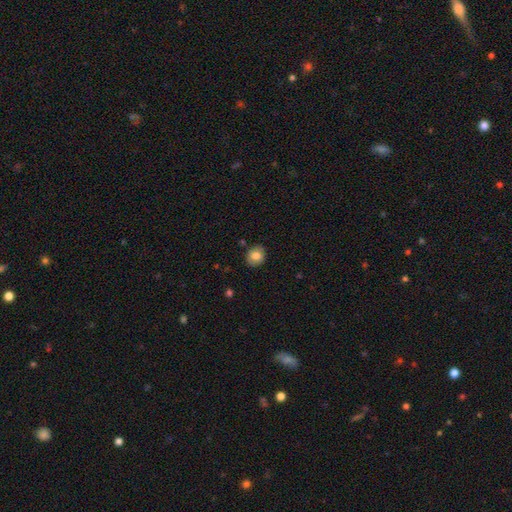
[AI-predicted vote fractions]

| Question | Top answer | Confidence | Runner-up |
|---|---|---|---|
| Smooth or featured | smooth | 79% | featured or disk (13%) |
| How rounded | round | 72% | in between (27%) |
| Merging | none | 85% | minor disturbance (11%) |